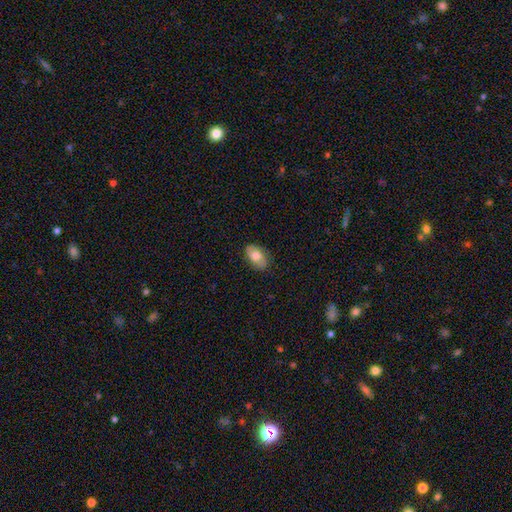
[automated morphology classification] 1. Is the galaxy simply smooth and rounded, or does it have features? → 73% smooth, 19% featured or disk, 7% star or artifact.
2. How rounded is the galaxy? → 92% in between, 7% round, 2% cigar-shaped.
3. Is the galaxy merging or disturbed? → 81% none, 15% minor disturbance, 3% major disturbance, 1% merger.